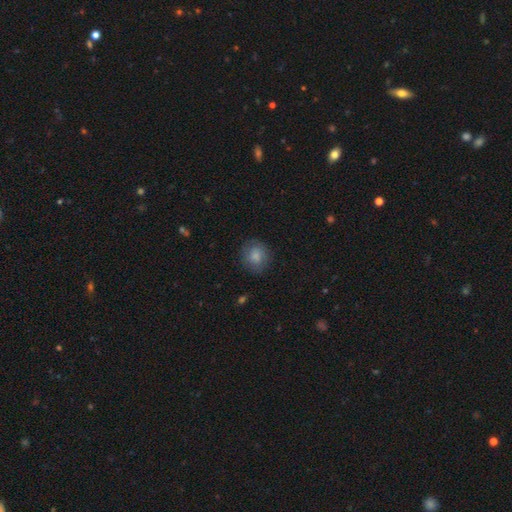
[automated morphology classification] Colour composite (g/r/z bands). It shows a smooth galaxy with no disk features (81%) that is round (75%). Merging: none (81%).